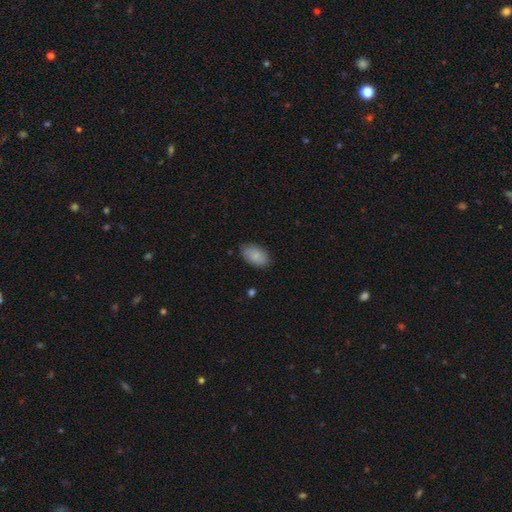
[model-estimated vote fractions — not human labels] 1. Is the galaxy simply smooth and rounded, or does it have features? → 85% smooth, 8% featured or disk, 6% star or artifact.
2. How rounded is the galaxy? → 93% in between, 6% round, 1% cigar-shaped.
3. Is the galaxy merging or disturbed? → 84% none, 12% minor disturbance, 2% major disturbance, 1% merger.